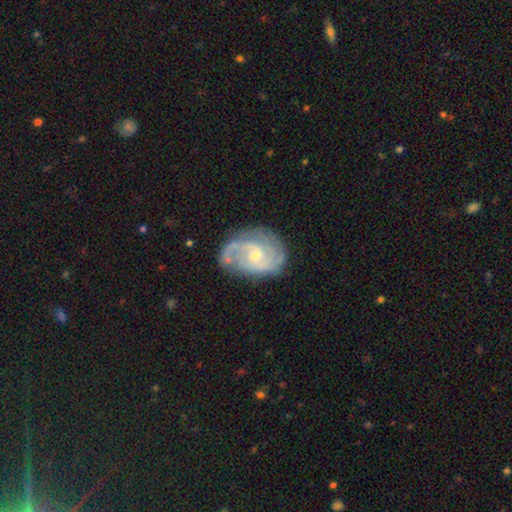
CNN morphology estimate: Overall: featured or disk (84%). Edge-on disk: no (98%). Bar: no (55%; weak 40%). Spiral arms: yes (95%). Spiral arm count: 2 (53%; can't tell 19%). Spiral winding: medium (46%; tight 37%). Bulge size: small (70%). Merging: none (65%).